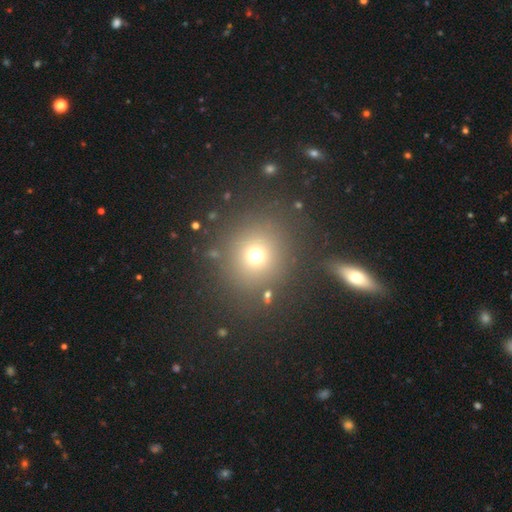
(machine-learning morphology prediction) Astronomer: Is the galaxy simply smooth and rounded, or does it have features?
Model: smooth — 69%.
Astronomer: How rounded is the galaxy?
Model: round — 89%.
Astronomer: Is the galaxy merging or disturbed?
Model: none — 82%.